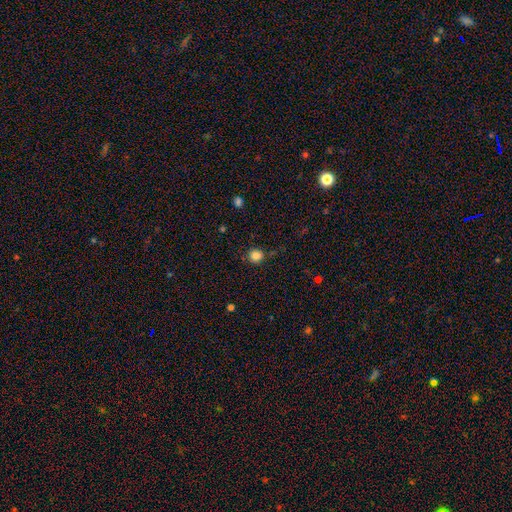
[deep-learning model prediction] This appears to be a smooth galaxy with no disk features (84%) that is round (90%). Merging: none (82%).